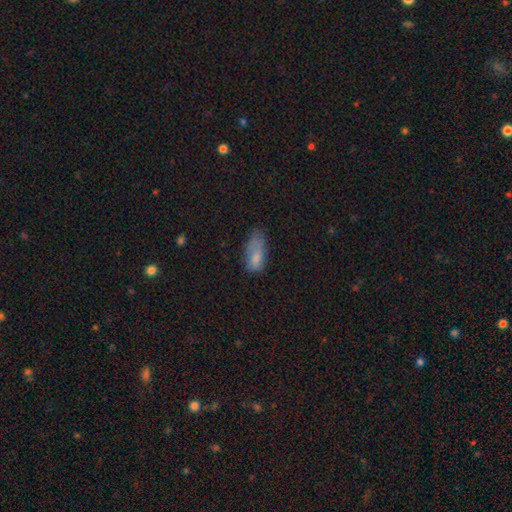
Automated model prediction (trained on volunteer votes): A smooth galaxy with no disk features (77%) that is in between round and cigar-shaped (86%). Merging: minor disturbance (39%).